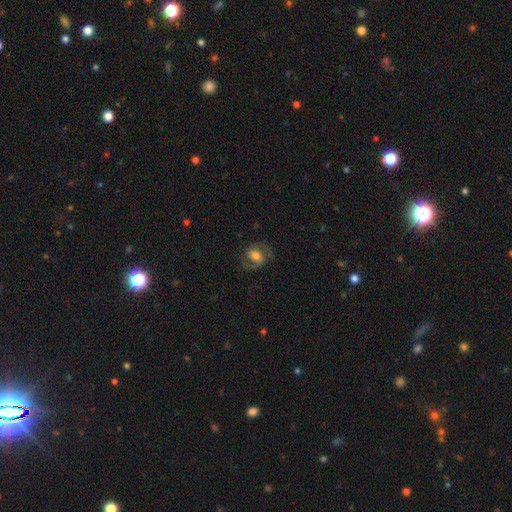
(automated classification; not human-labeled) A featured or disk galaxy (65%) with a weak bar (42%), 2 (86%) medium (54%) spiral arms (89%) and a moderate central bulge (60%). Merging: none (71%).